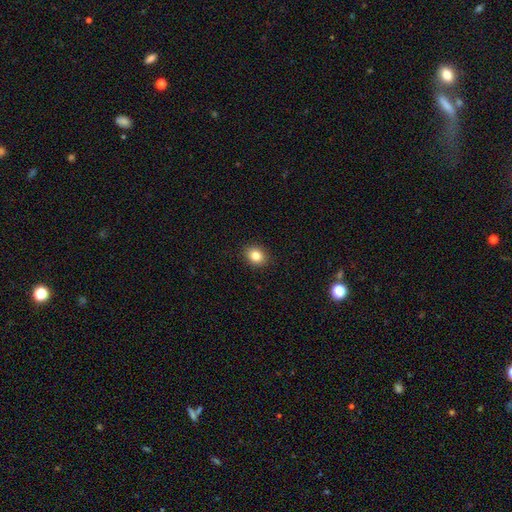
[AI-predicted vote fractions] Smooth or featured?
  - smooth: 84% *
  - star or artifact: 10%
  - featured or disk: 6%
How rounded?
  - round: 57% *
  - in between: 42%
  - cigar-shaped: 1%
Merging?
  - none: 90% *
  - minor disturbance: 7%
  - major disturbance: 2%
  - merger: 1%